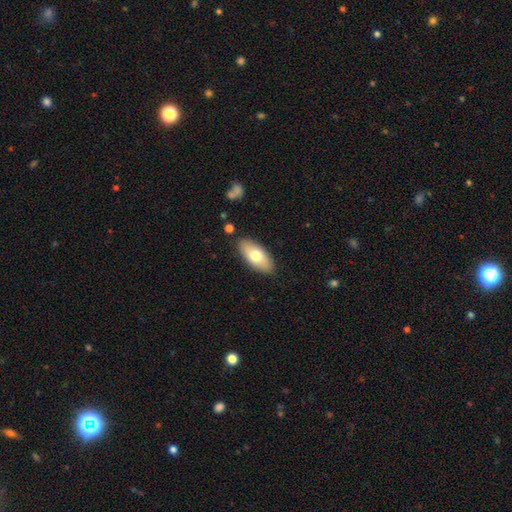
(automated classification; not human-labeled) Smooth or featured? smooth (70%)
How rounded? in between (88%)
Merging? none (87%)